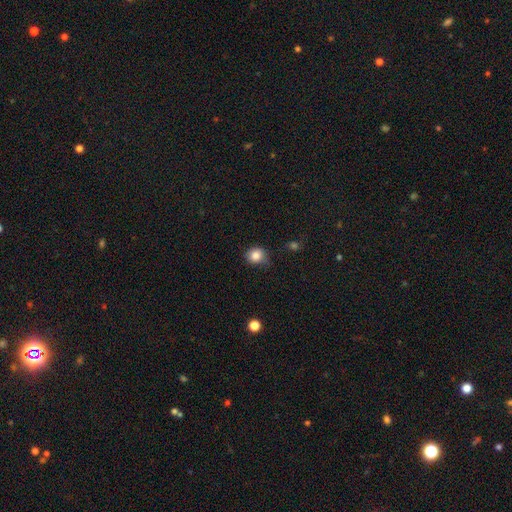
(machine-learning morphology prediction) This is clearly a smooth galaxy (83%). How rounded: likely round (77%). Merging: likely none (71%).